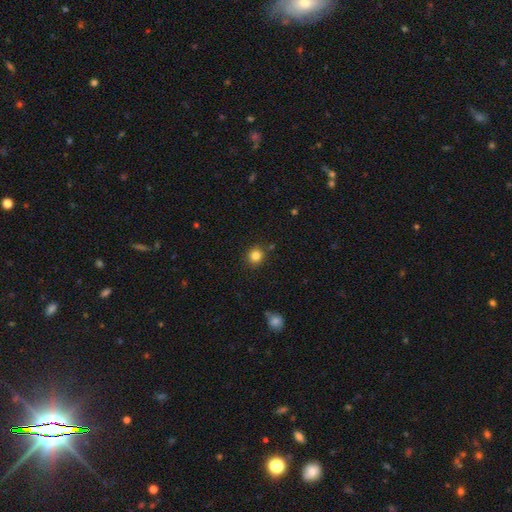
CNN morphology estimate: A smooth galaxy with no disk features (83%) that is round (89%). Merging: none (87%).